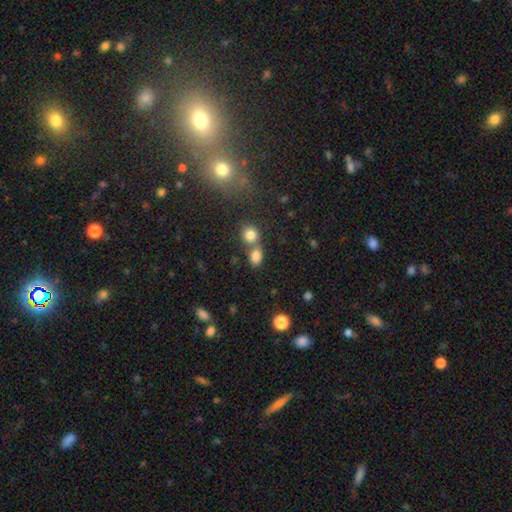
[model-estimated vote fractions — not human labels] Smooth or featured? Predicted: smooth (p=0.81). How rounded? Predicted: in between (p=0.70). Merging? Predicted: none (p=0.45).